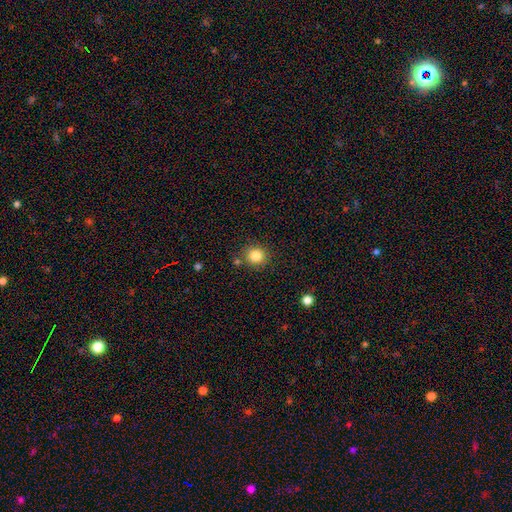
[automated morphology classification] smooth_or_featured: smooth (p=0.84) [alt: star or artifact p=0.11]
how_rounded: round (p=0.90) [alt: in between p=0.09]
merging: none (p=0.84) [alt: minor disturbance p=0.08]